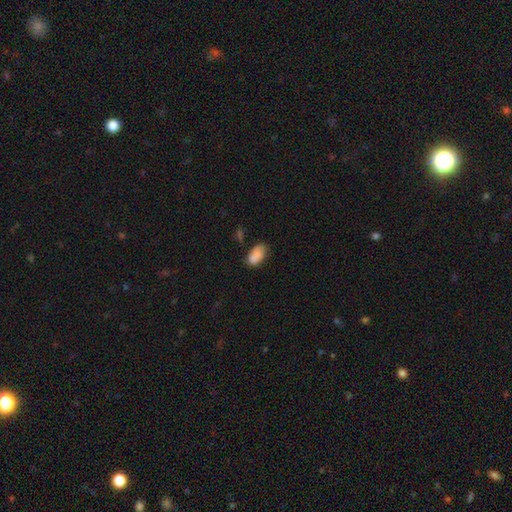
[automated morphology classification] smooth_or_featured: smooth (p=0.86) [alt: star or artifact p=0.08]
how_rounded: in between (p=0.93) [alt: round p=0.04]
merging: none (p=0.63) [alt: minor disturbance p=0.26]